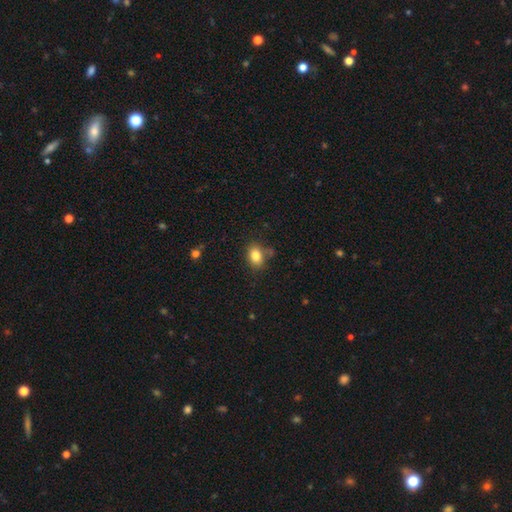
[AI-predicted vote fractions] The model was most divided on "how rounded": in between: 72%, round: 27%, cigar-shaped: 1%. More confident: smooth or featured — smooth (83%); merging — none (75%).